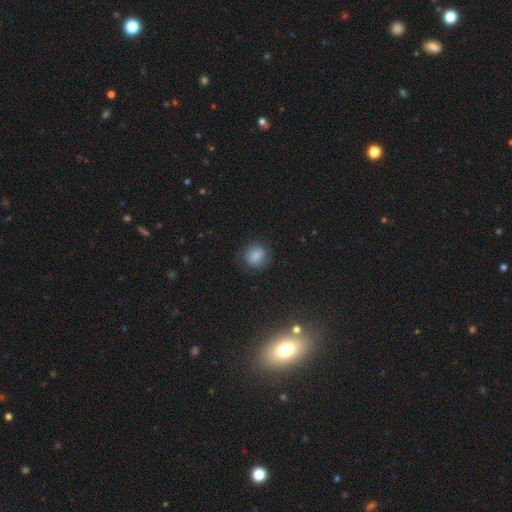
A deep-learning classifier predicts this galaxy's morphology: Smooth or featured?
  - smooth: 80% *
  - star or artifact: 11%
  - featured or disk: 9%
How rounded?
  - round: 77% *
  - in between: 22%
  - cigar-shaped: 1%
Merging?
  - none: 79% *
  - minor disturbance: 14%
  - major disturbance: 5%
  - merger: 1%